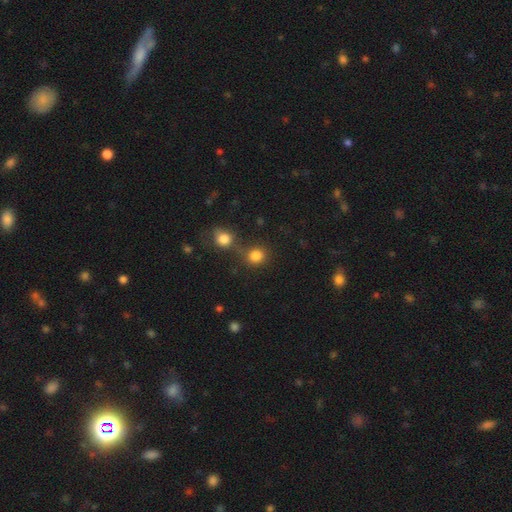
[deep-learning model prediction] Smooth or featured: smooth — 82% (star or artifact — 13%)
How rounded: round — 85% (in between — 14%)
Merging: none — 63% (merger — 24%)